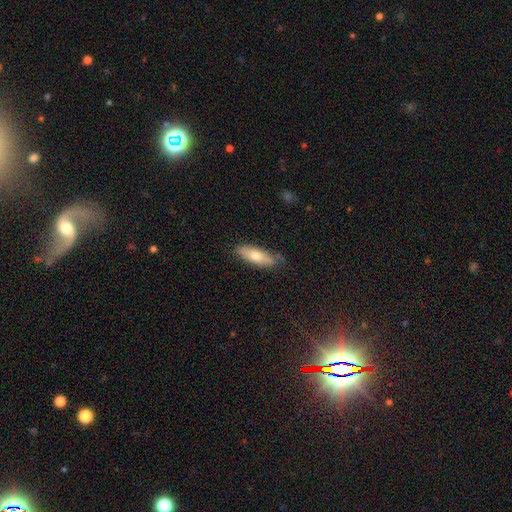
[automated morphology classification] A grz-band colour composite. It shows a smooth galaxy with no disk features (70%) that is in between round and cigar-shaped (58%). Merging: none (74%).